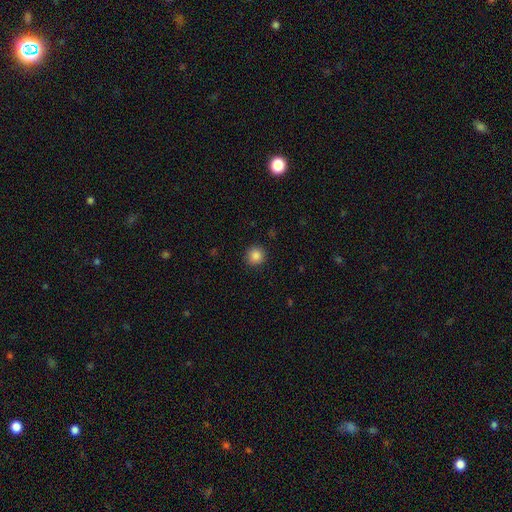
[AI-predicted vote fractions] Overall: smooth (86%). How rounded: round (93%). Merging: none (91%).